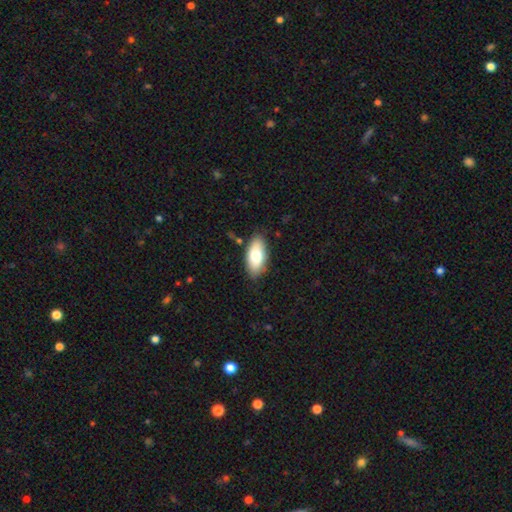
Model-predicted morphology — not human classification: The model was most divided on "smooth or featured": smooth: 76%, featured or disk: 18%, star or artifact: 6%. More confident: how rounded — in between (89%); merging — none (83%).